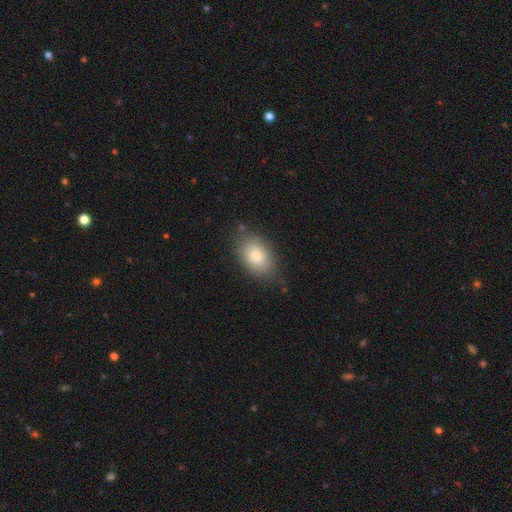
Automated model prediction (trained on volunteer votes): Q: Smooth or featured?
A: smooth (80%); runner-up: featured or disk (12%)
Q: How rounded?
A: in between (88%); runner-up: round (11%)
Q: Merging?
A: none (76%); runner-up: minor disturbance (18%)